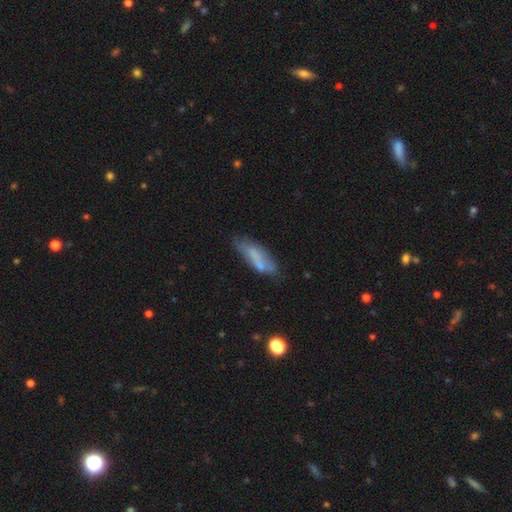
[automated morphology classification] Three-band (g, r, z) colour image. It shows a smooth galaxy with no disk features (58%) that is cigar-shaped (49%, tied with in between). Merging: none (52%).